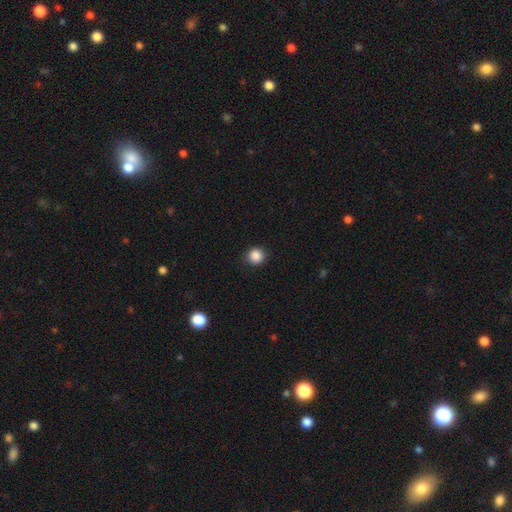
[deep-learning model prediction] smooth 87%, star or artifact 10%, featured or disk 3%. Down the decision tree: how rounded — round (92%); merging — none (90%).